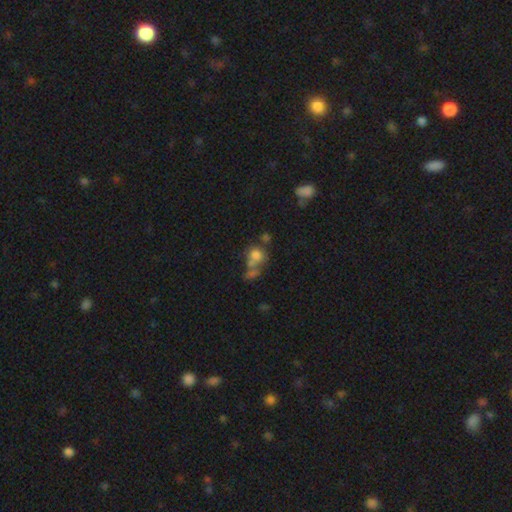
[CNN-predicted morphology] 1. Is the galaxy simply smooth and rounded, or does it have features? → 71% smooth, 16% featured or disk, 14% star or artifact.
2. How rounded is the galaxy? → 74% round, 25% in between, 1% cigar-shaped.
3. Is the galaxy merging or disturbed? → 45% merger, 33% none, 11% minor disturbance, 10% major disturbance.